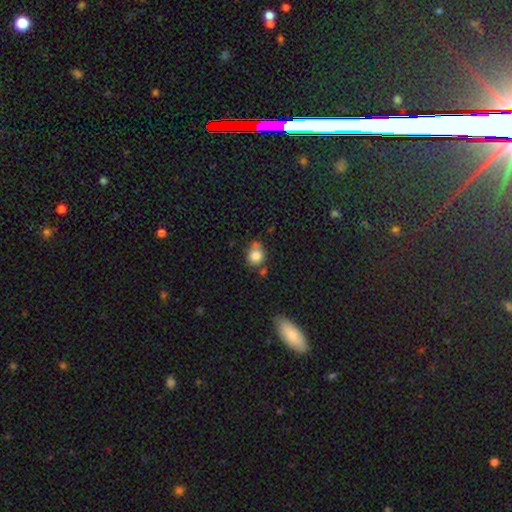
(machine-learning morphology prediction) Smooth or featured: smooth — 83% (star or artifact — 10%)
How rounded: round — 75% (in between — 24%)
Merging: none — 59% (minor disturbance — 20%)